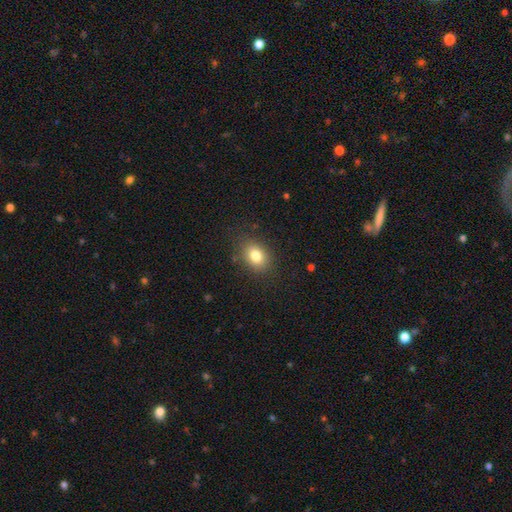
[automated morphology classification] smooth-or-featured: smooth: 80% | star or artifact: 11% | featured or disk: 9%
  how-rounded: in between: 65% | round: 34% | cigar-shaped: 1%
  merging: none: 84% | minor disturbance: 11% | major disturbance: 4% | merger: 1%